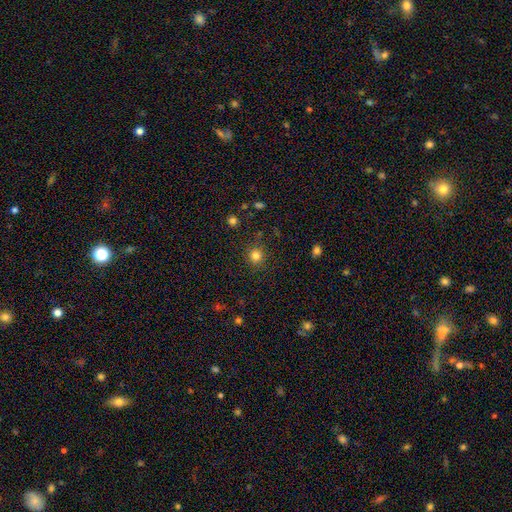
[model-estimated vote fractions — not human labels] smooth_or_featured: smooth (p=0.82) [alt: star or artifact p=0.13]
how_rounded: round (p=0.91) [alt: in between p=0.08]
merging: none (p=0.87) [alt: minor disturbance p=0.08]